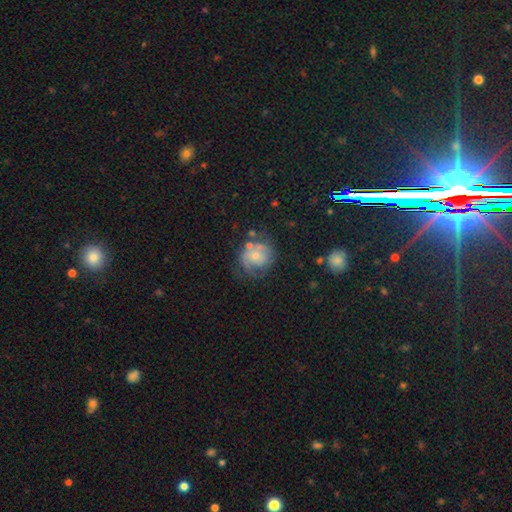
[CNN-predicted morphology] Smooth or featured? featured or disk (48%)
Merging? none (45%)